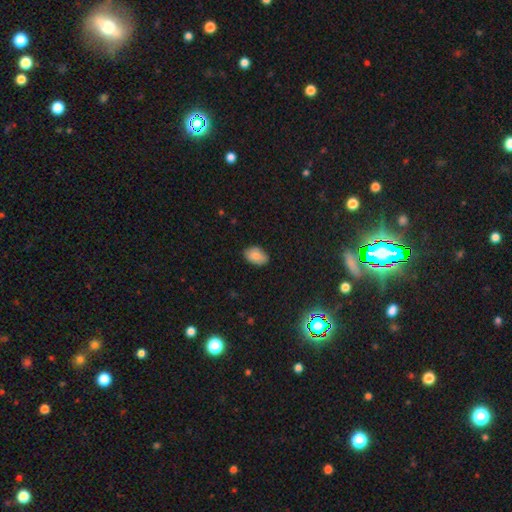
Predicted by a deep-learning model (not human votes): This is clearly a smooth galaxy (83%). How rounded: clearly in between (88%). Merging: clearly none (81%).